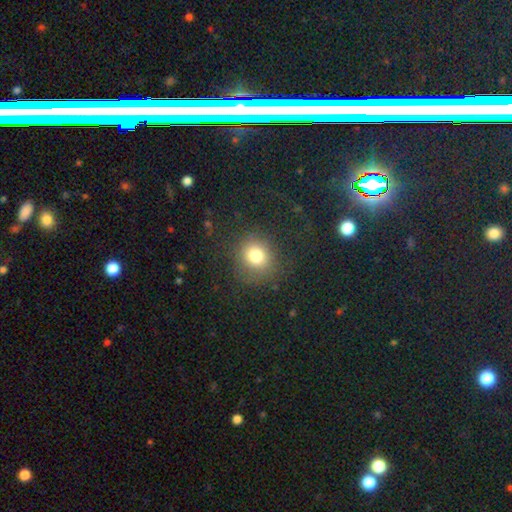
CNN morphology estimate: The model was most divided on "smooth or featured": smooth: 78%, star or artifact: 14%, featured or disk: 8%. More confident: how rounded — round (86%); merging — none (81%).